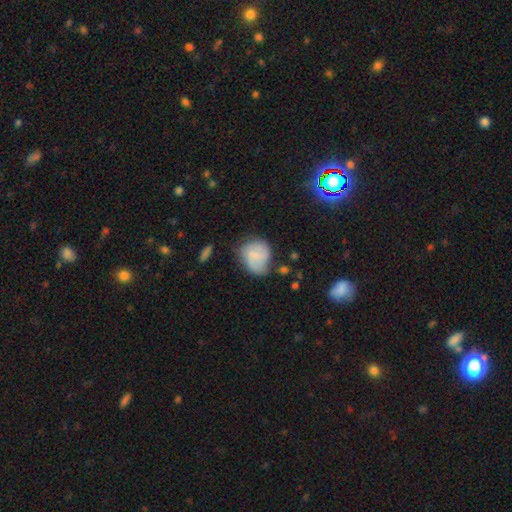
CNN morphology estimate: Overall: smooth (50%; featured or disk 43%). Merging: none (56%; minor disturbance 28%).